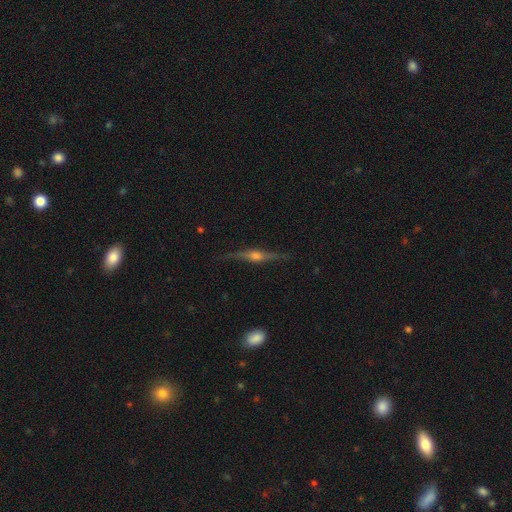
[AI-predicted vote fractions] smooth_or_featured: featured or disk (p=0.82) [alt: smooth p=0.12]
disk_edge_on: yes (p=0.98) [alt: no p=0.02]
edge_on_bulge: rounded (p=0.91) [alt: boxy p=0.06]
merging: none (p=0.87) [alt: minor disturbance p=0.10]